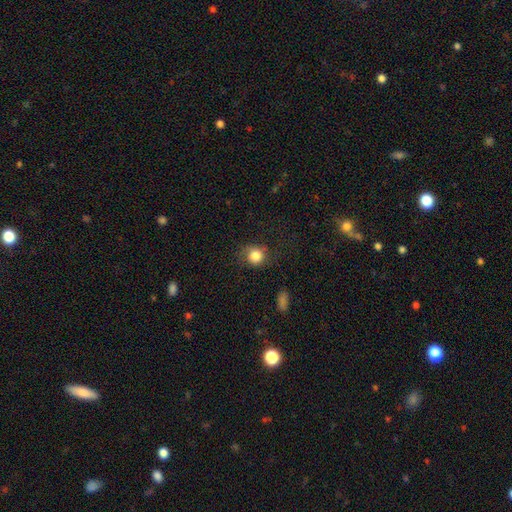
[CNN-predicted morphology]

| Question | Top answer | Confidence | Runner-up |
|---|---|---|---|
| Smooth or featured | smooth | 83% | star or artifact (9%) |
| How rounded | round | 84% | in between (15%) |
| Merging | none | 71% | minor disturbance (19%) |